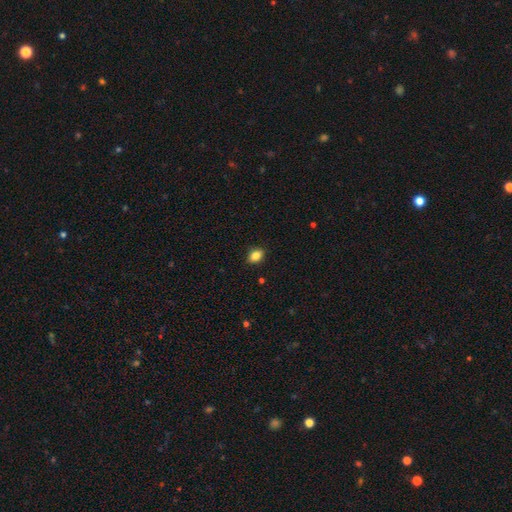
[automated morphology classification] Smooth or featured? Predicted: smooth (p=0.85). How rounded? Predicted: in between (p=0.71). Merging? Predicted: none (p=0.88).